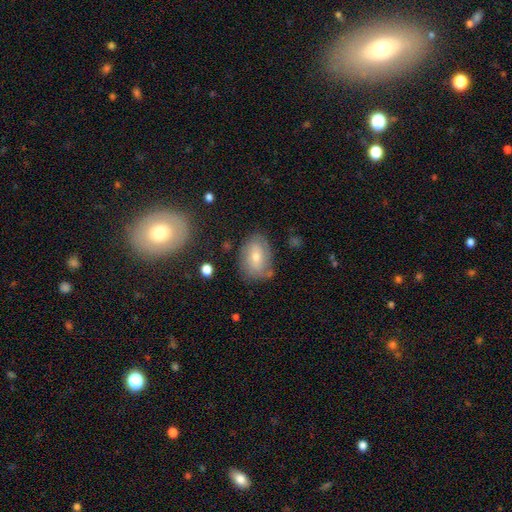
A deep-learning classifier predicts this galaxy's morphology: Smooth or featured? Predicted: smooth (p=0.52). How rounded? Predicted: in between (p=0.80). Merging? Predicted: none (p=0.71).